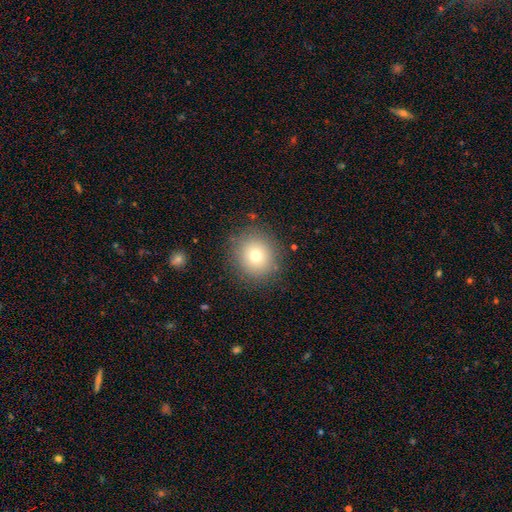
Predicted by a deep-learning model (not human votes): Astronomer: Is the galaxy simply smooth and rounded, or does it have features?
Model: smooth — 73%.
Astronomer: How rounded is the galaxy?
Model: round — 88%.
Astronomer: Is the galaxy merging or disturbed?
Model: none — 86%.